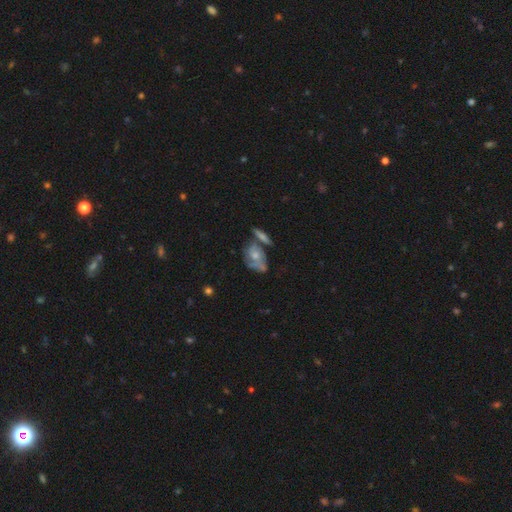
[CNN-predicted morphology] A featured or disk galaxy (57%) with no bar (79%), spiral arms (60%) and a moderate central bulge (48%).

Vote fractions:
- Smooth or featured? featured or disk: 57% / smooth: 35% / star or artifact: 8%
- Edge-on disk? no: 91% / yes: 9%
- Bar? no: 79% / weak: 17% / strong: 3%
- Spiral arms? yes: 60% / no: 40%
- Bulge size? moderate: 48% / small: 34% / none: 9% / large: 7% / dominant: 2%
- Merging? none: 36% / merger: 29% / minor disturbance: 20% / major disturbance: 14%